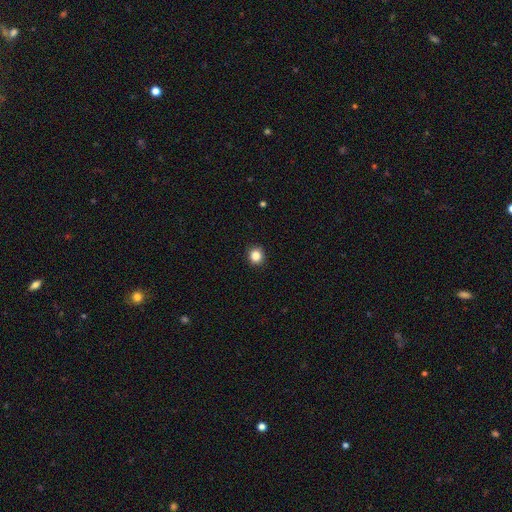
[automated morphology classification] smooth 84%, star or artifact 12%, featured or disk 4%. Down the decision tree: how rounded — round (89%); merging — none (92%).